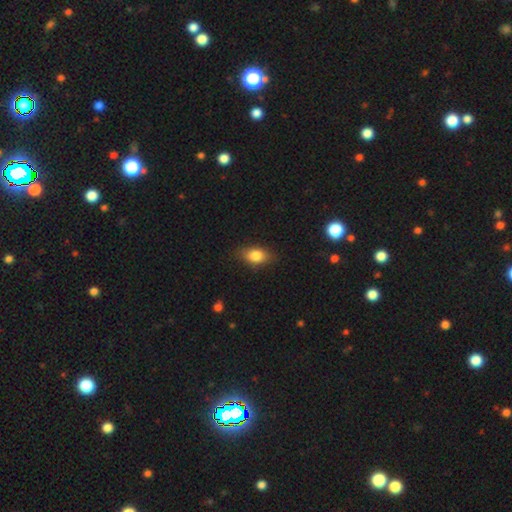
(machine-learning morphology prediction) smooth_or_featured: smooth (p=0.82) [alt: featured or disk p=0.10]
how_rounded: in between (p=0.84) [alt: round p=0.11]
merging: none (p=0.83) [alt: minor disturbance p=0.13]